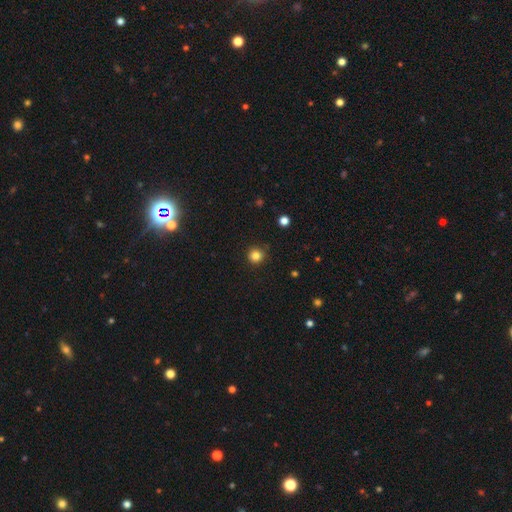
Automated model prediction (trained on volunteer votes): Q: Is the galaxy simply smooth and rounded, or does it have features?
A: smooth — 84%.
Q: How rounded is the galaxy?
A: round — 94%.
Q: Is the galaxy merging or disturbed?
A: none — 86%.